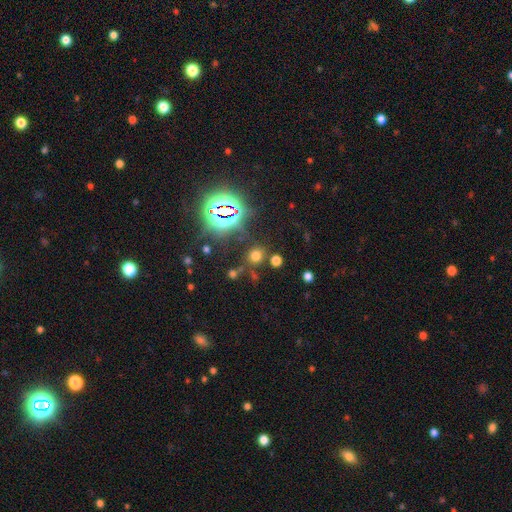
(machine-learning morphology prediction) This appears to be a smooth galaxy with no disk features (57%) that is round (82%). Merging: none (78%).